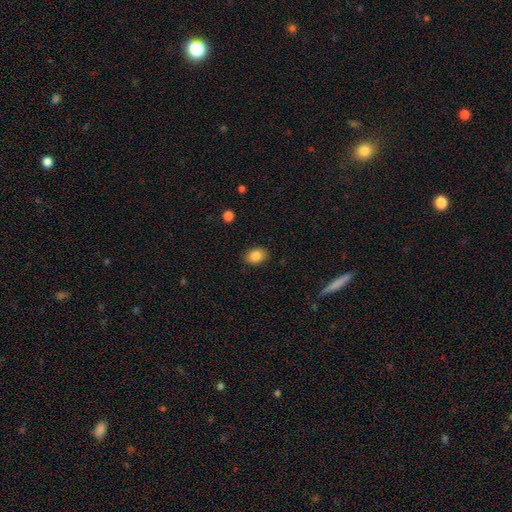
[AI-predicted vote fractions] Smooth or featured: smooth — 86% (star or artifact — 8%)
How rounded: in between — 70% (round — 29%)
Merging: none — 86% (minor disturbance — 10%)